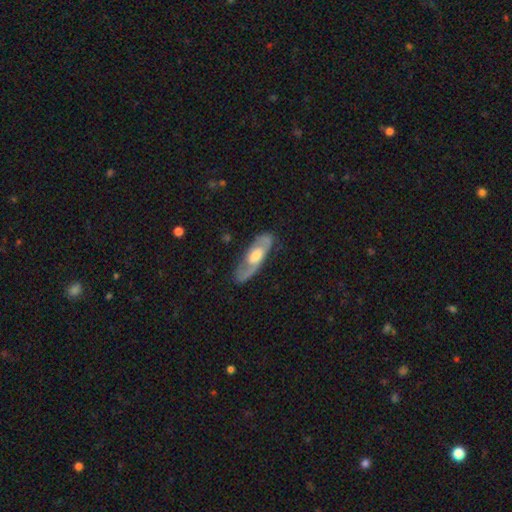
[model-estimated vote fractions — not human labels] The model was most divided on "bar": no: 54%, weak: 35%, strong: 11%. More confident: merging — none (75%); edge-on disk — no (75%); spiral arms — yes (74%); smooth or featured — featured or disk (69%); bulge size — moderate (55%).